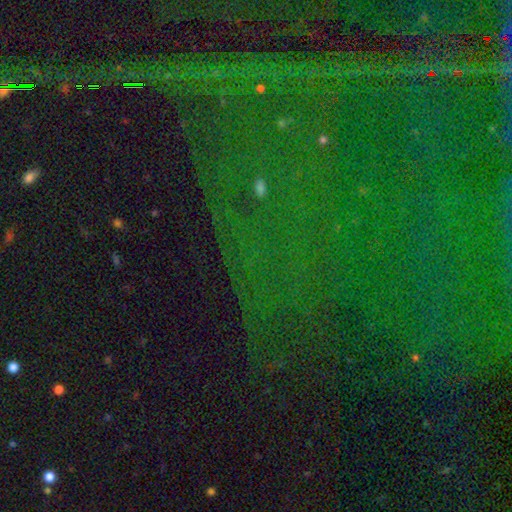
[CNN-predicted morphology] A star or artifact, not a galaxy (85%).